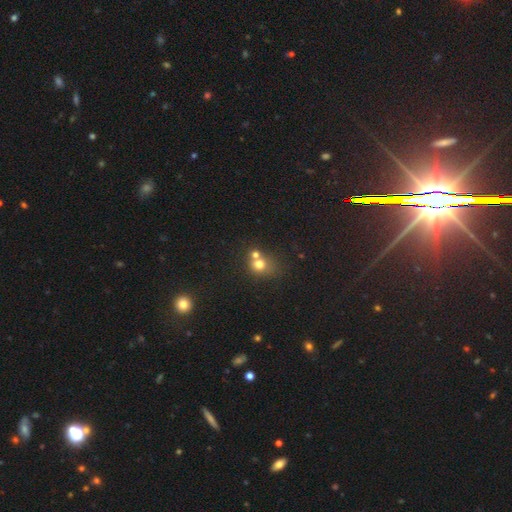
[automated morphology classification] Smooth or featured: smooth — 57% (star or artifact — 30%)
How rounded: round — 77% (in between — 22%)
Merging: none — 47% (merger — 40%)